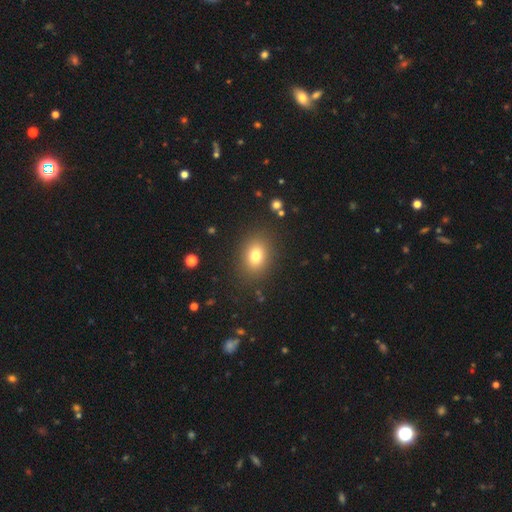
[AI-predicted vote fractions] A smooth galaxy with no disk features (78%) that is in between round and cigar-shaped (62%).

Vote fractions:
- Smooth or featured? smooth: 78% / star or artifact: 12% / featured or disk: 10%
- How rounded? in between: 62% / round: 37% / cigar-shaped: 1%
- Merging? none: 87% / minor disturbance: 8% / major disturbance: 4% / merger: 1%